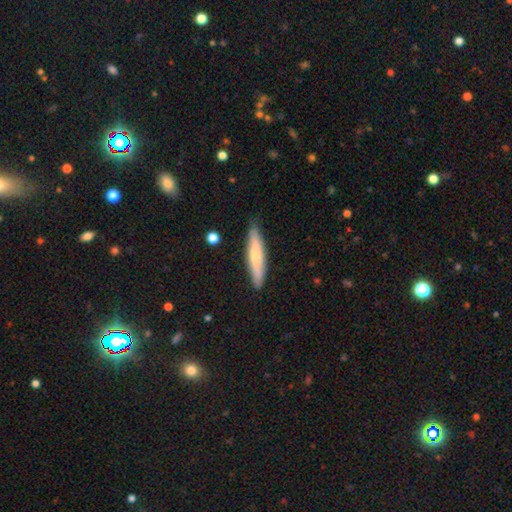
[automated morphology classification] Smooth or featured? smooth (66%)
How rounded? cigar-shaped (85%)
Merging? none (85%)